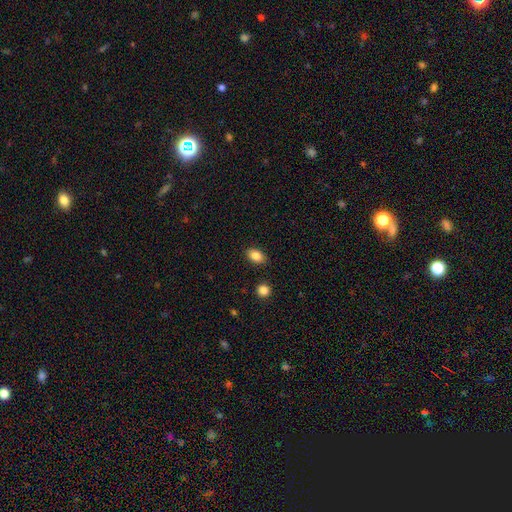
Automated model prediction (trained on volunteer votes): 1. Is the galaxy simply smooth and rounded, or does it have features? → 85% smooth, 8% star or artifact, 6% featured or disk.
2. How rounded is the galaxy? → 87% in between, 11% round, 2% cigar-shaped.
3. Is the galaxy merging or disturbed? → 87% none, 9% minor disturbance, 2% major disturbance, 2% merger.